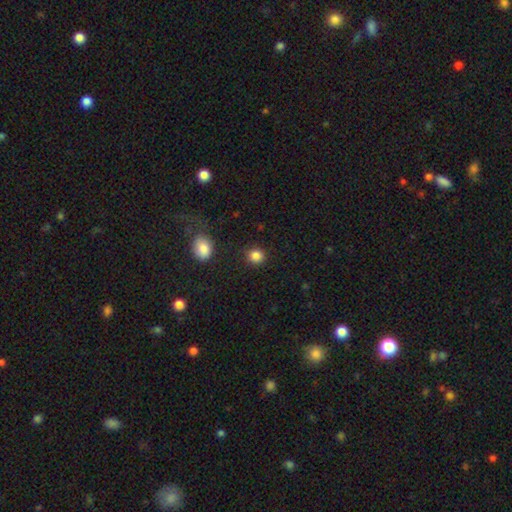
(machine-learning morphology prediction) A smooth galaxy with no disk features (86%) that is round (87%). Merging: none (88%).